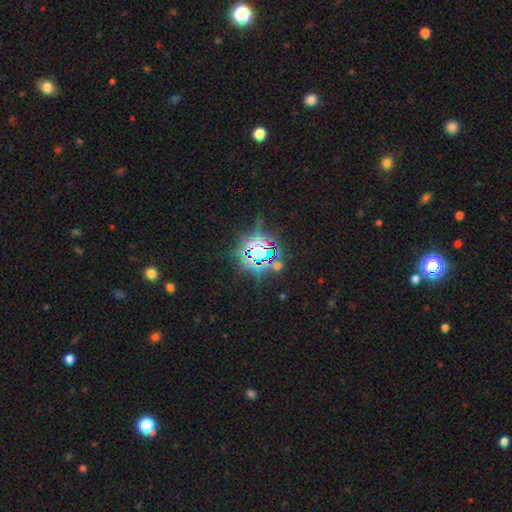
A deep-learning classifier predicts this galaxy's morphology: The model was most divided on "smooth or featured": star or artifact: 81%, smooth: 11%, featured or disk: 8%.